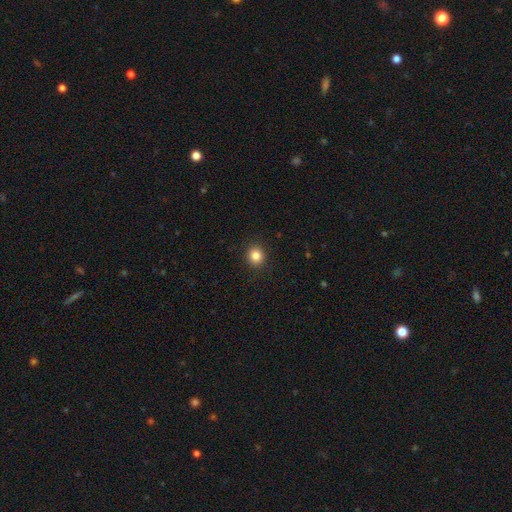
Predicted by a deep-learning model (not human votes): A smooth galaxy with no disk features (84%) that is round (85%).

Vote fractions:
- Smooth or featured? smooth: 84% / star or artifact: 11% / featured or disk: 5%
- How rounded? round: 85% / in between: 14% / cigar-shaped: 1%
- Merging? none: 92% / minor disturbance: 5% / major disturbance: 2% / merger: 1%